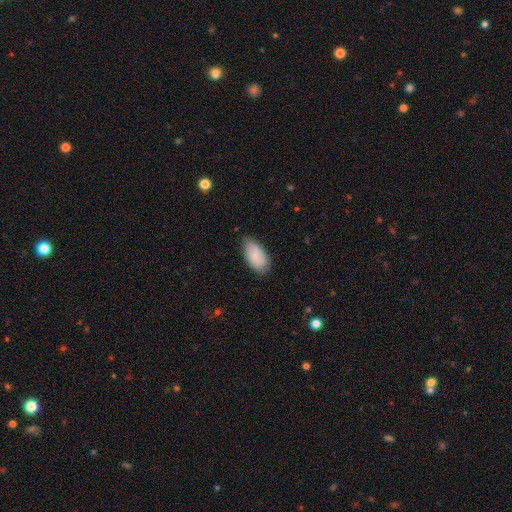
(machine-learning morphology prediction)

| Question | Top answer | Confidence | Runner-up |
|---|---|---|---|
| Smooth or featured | smooth | 82% | featured or disk (12%) |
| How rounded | in between | 95% | cigar-shaped (3%) |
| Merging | none | 73% | minor disturbance (22%) |